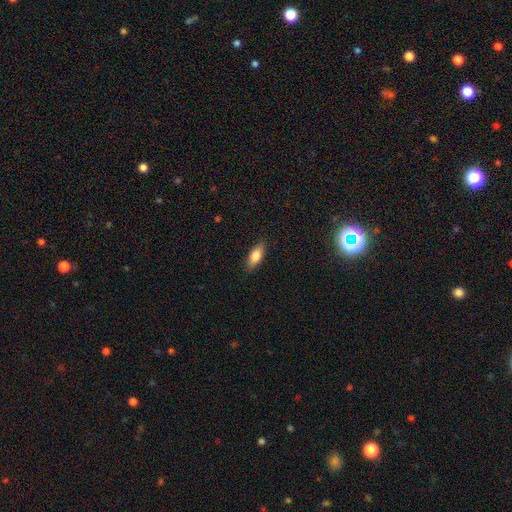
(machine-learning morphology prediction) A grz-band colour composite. It shows a smooth galaxy with no disk features (80%) that is in between round and cigar-shaped (79%). Merging: none (87%).